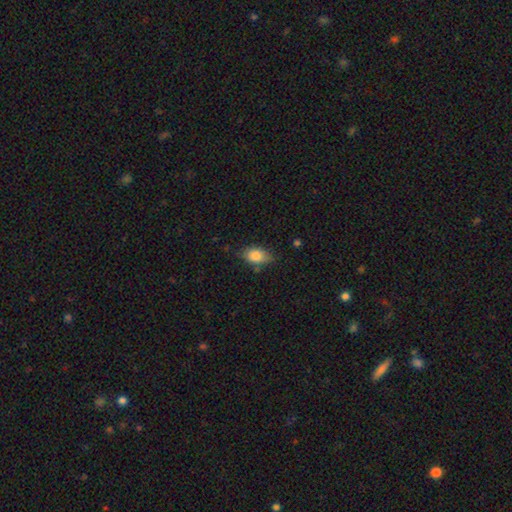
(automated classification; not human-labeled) A smooth galaxy with no disk features (83%) that is in between round and cigar-shaped (87%).

Vote fractions:
- Smooth or featured? smooth: 83% / featured or disk: 9% / star or artifact: 8%
- How rounded? in between: 87% / round: 10% / cigar-shaped: 3%
- Merging? none: 71% / minor disturbance: 22% / major disturbance: 4% / merger: 3%